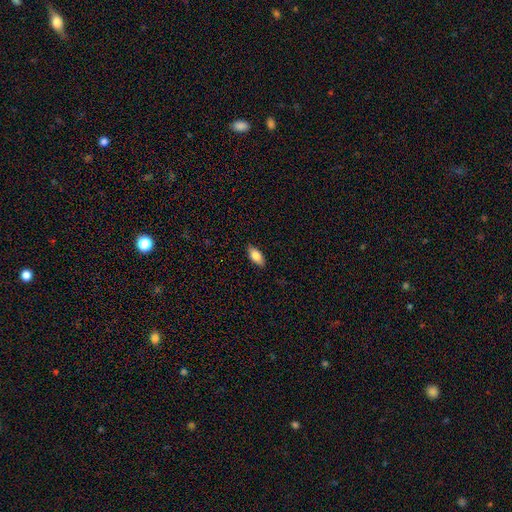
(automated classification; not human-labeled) smooth 81%, featured or disk 12%, star or artifact 7%. Down the decision tree: how rounded — in between (88%); merging — none (87%).